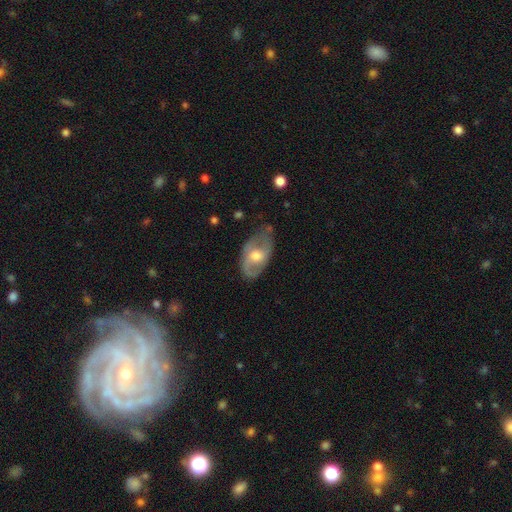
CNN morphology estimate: type=featured or disk (65%); edge-on=no (93%); bar=no (52%); spiral arms=yes (75%); bulge=moderate (71%); merging=none (58%).